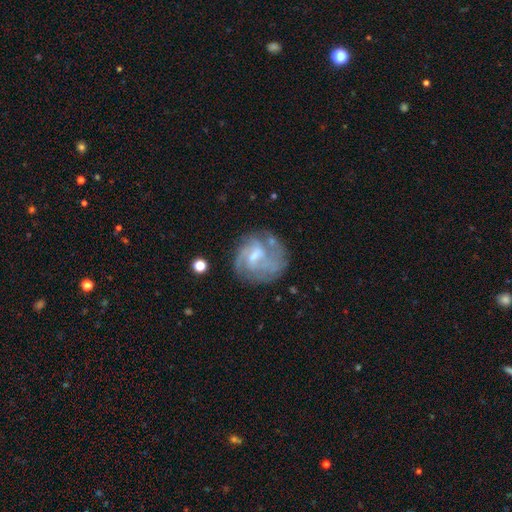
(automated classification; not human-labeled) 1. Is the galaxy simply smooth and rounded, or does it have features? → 68% featured or disk, 23% smooth, 8% star or artifact.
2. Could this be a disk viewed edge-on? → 98% no, 2% yes.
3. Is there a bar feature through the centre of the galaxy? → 52% weak, 33% no, 15% strong.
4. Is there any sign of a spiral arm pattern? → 72% yes, 28% no.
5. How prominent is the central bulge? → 34% moderate, 32% small, 27% none, 5% large, 1% dominant.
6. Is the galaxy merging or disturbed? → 54% none, 21% minor disturbance, 20% major disturbance, 5% merger.